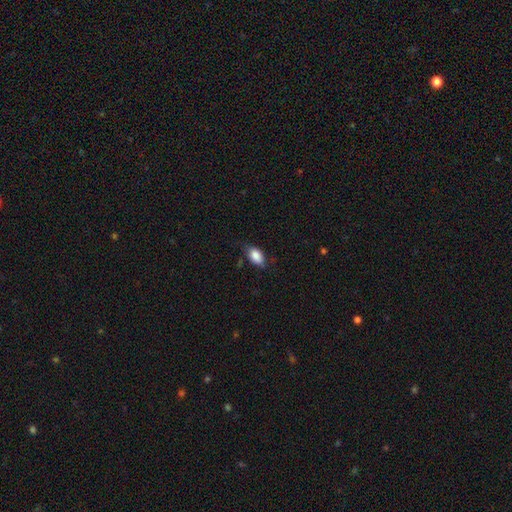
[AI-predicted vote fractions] smooth-or-featured: smooth: 86% | star or artifact: 7% | featured or disk: 7%
  how-rounded: in between: 90% | round: 7% | cigar-shaped: 3%
  merging: none: 67% | minor disturbance: 26% | major disturbance: 5% | merger: 2%